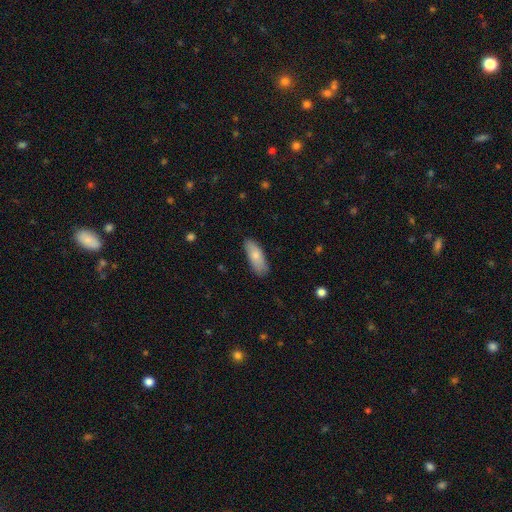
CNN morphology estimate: This is likely a smooth galaxy (79%). How rounded: likely in between (71%). Merging: clearly none (81%).